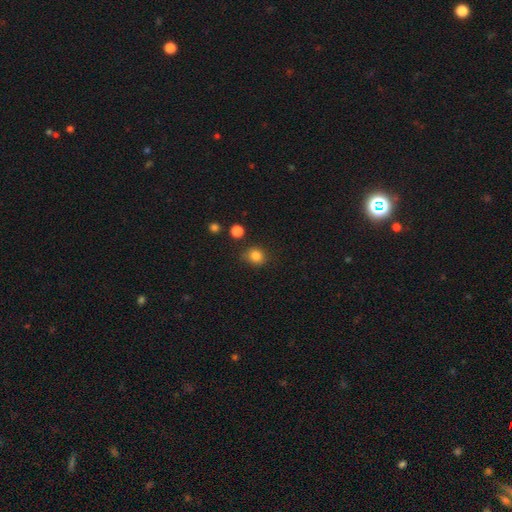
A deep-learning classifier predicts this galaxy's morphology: Q: Smooth or featured?
A: smooth (83%); runner-up: star or artifact (12%)
Q: How rounded?
A: round (78%); runner-up: in between (22%)
Q: Merging?
A: none (78%); runner-up: minor disturbance (15%)